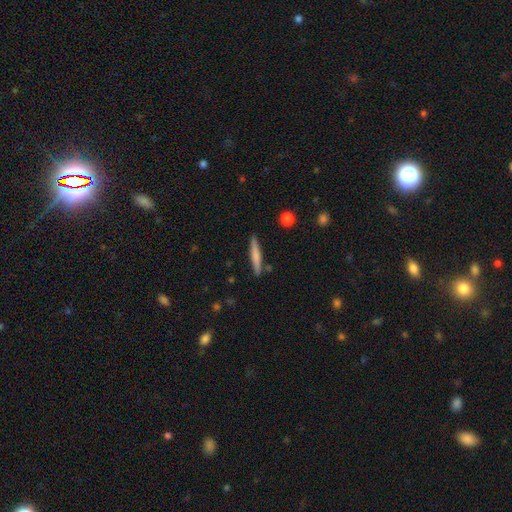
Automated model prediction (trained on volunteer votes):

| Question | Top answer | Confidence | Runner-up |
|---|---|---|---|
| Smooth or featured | smooth | 68% | featured or disk (26%) |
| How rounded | cigar-shaped | 94% | in between (5%) |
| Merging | none | 86% | minor disturbance (9%) |